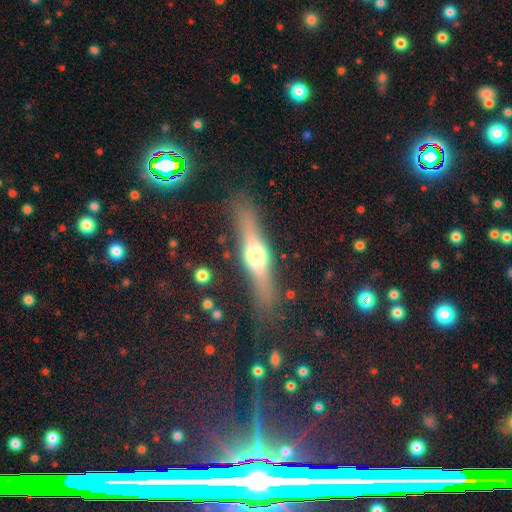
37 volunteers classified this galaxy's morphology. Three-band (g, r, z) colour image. It shows a featured or disk galaxy (57%) viewed edge-on (100%) with a rounded central bulge (86%). Merging: none (55%).